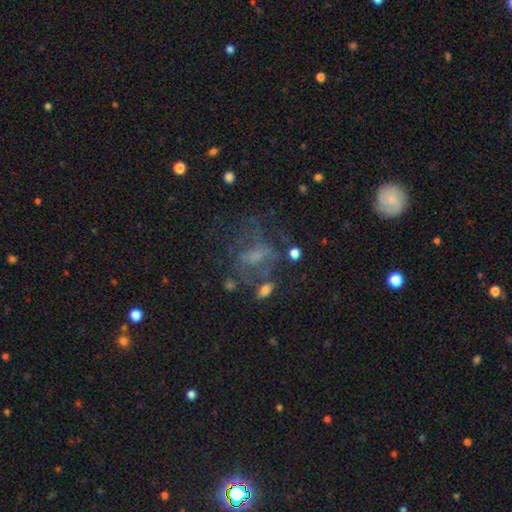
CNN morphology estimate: The model was most divided on "merging": none: 42%, major disturbance: 30%, minor disturbance: 18%, merger: 9%. Remaining: smooth or featured — featured or disk (47%).